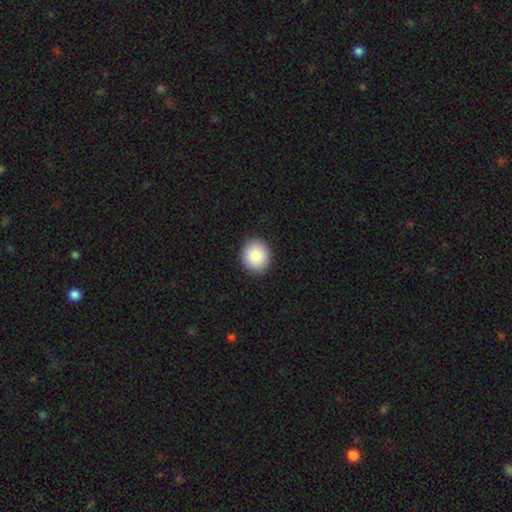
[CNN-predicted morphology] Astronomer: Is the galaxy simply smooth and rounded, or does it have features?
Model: smooth — 88%.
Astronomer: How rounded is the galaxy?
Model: round — 79%.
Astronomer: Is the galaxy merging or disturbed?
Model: none — 91%.